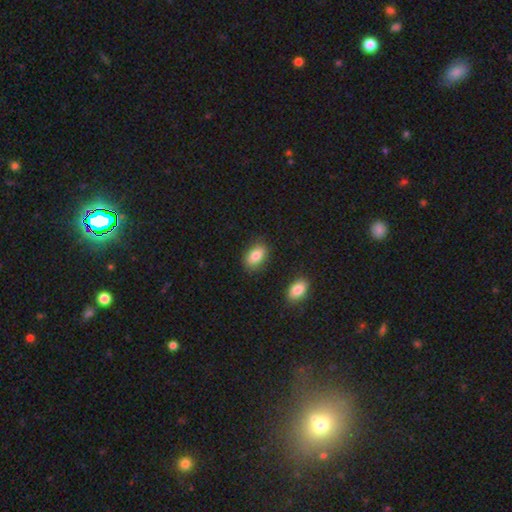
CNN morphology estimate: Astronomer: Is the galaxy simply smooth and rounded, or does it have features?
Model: smooth — 83%.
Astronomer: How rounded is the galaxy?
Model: in between — 89%.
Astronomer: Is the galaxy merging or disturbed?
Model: none — 81%.